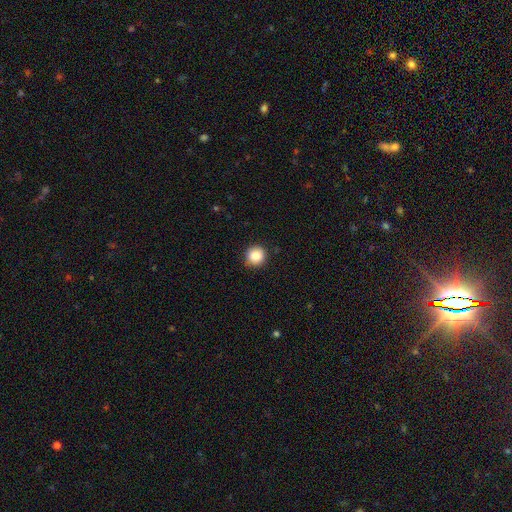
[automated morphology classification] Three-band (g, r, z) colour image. It shows a smooth galaxy with no disk features (85%) that is round (93%). Merging: none (90%).